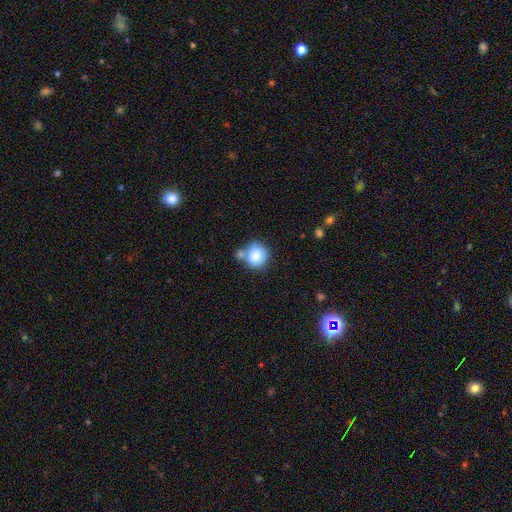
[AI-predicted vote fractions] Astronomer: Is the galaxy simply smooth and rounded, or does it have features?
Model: smooth — 81%.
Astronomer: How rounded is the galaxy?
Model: round — 86%.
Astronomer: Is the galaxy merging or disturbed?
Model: none — 50% (runner-up: merger, 30%).